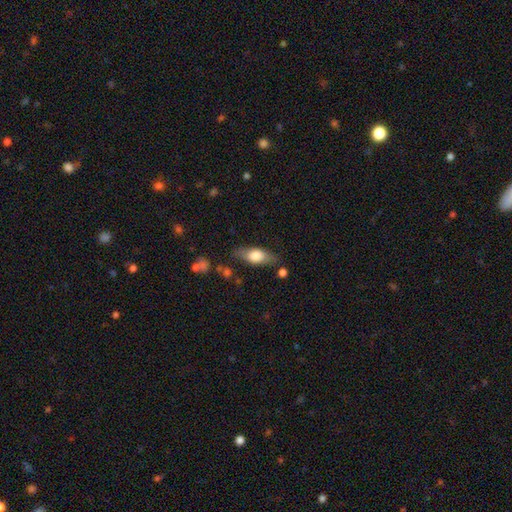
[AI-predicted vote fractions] Smooth or featured?
  - smooth: 64% *
  - featured or disk: 29%
  - star or artifact: 6%
How rounded?
  - in between: 77% *
  - cigar-shaped: 18%
  - round: 5%
Merging?
  - none: 75% *
  - minor disturbance: 16%
  - major disturbance: 5%
  - merger: 4%